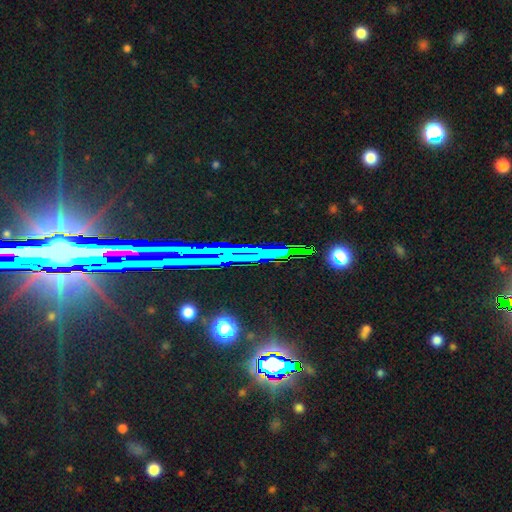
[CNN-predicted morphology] A star or artifact, not a galaxy (77%).